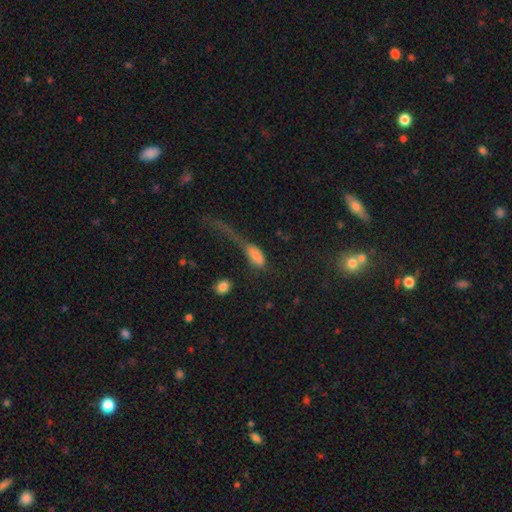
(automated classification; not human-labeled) smooth-or-featured: smooth: 71% | featured or disk: 17% | star or artifact: 12%
  how-rounded: in between: 75% | cigar-shaped: 18% | round: 7%
  merging: major disturbance: 51% | none: 19% | minor disturbance: 17% | merger: 13%